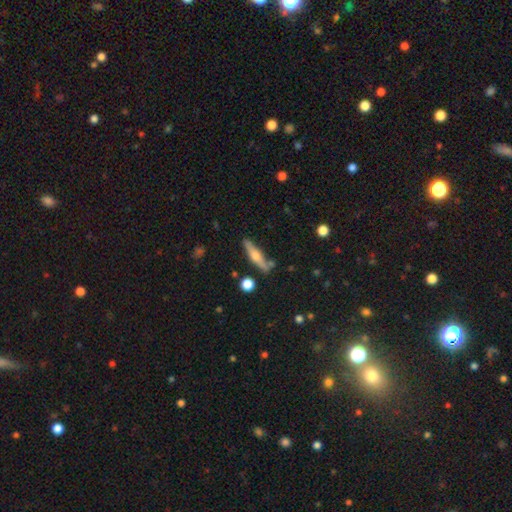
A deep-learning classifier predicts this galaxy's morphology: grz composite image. It shows a featured or disk galaxy (57%) viewed edge-on (94%) with a rounded central bulge (90%). Merging: none (80%).